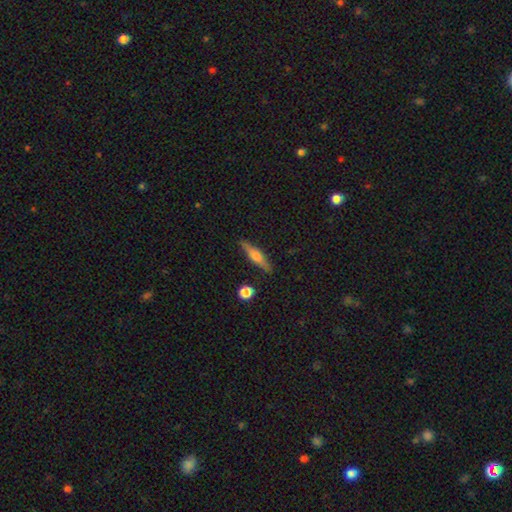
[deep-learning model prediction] This is possibly a featured or disk galaxy (54%). It is clearly viewed edge-on (95%). Edge-on bulge: clearly rounded (84%). Merging: clearly none (86%).